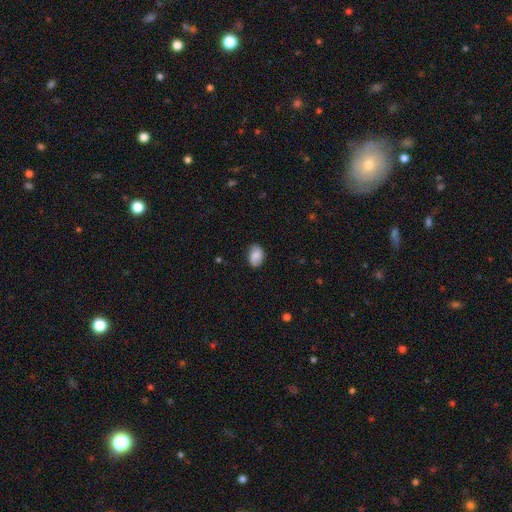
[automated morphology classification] Smooth or featured: smooth — 84% (featured or disk — 9%)
How rounded: in between — 83% (round — 16%)
Merging: none — 79% (minor disturbance — 16%)